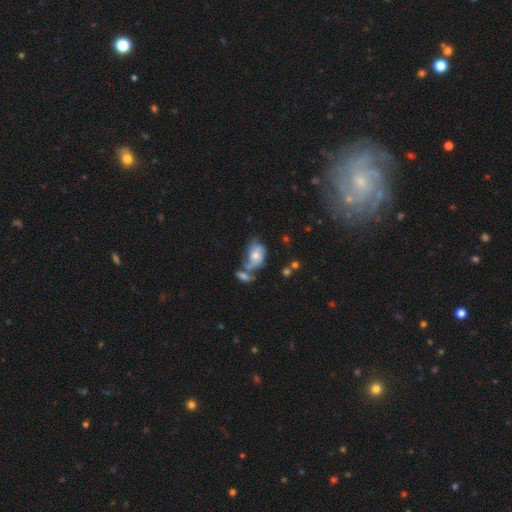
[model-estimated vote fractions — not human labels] smooth-or-featured: featured or disk: 49% | smooth: 43% | star or artifact: 8%
  merging: merger: 38% | none: 27% | minor disturbance: 18% | major disturbance: 17%